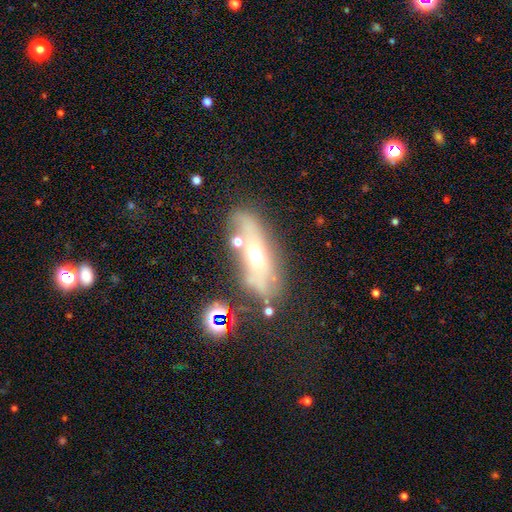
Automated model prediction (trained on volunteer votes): Smooth or featured? Predicted: featured or disk (p=0.47). Merging? Predicted: none (p=0.61).